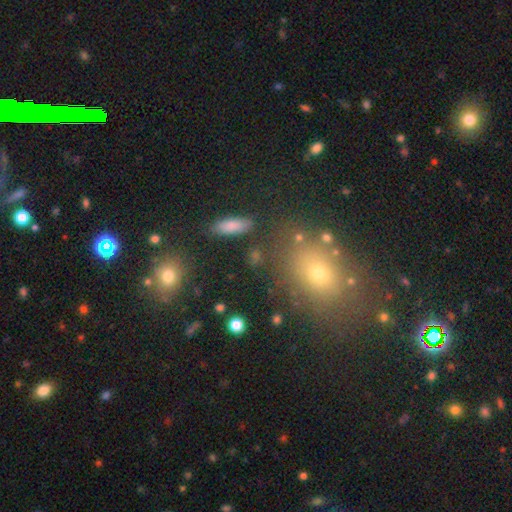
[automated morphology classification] Q: Smooth or featured?
A: smooth (70%); runner-up: star or artifact (17%)
Q: How rounded?
A: in between (56%); runner-up: cigar-shaped (23%)
Q: Merging?
A: none (76%); runner-up: minor disturbance (11%)